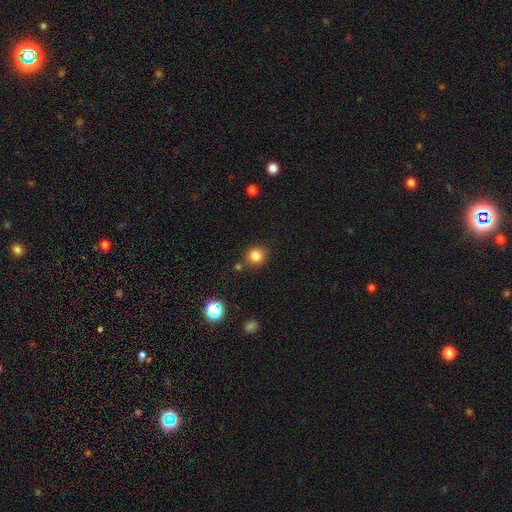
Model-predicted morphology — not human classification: A smooth galaxy with no disk features (82%) that is round (86%).

Vote fractions:
- Smooth or featured? smooth: 82% / star or artifact: 13% / featured or disk: 5%
- How rounded? round: 86% / in between: 13% / cigar-shaped: 1%
- Merging? none: 80% / minor disturbance: 10% / merger: 7% / major disturbance: 3%